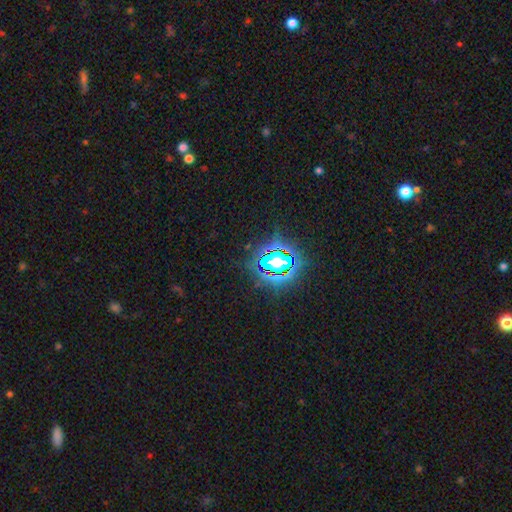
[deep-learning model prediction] Overall: star or artifact (84%).